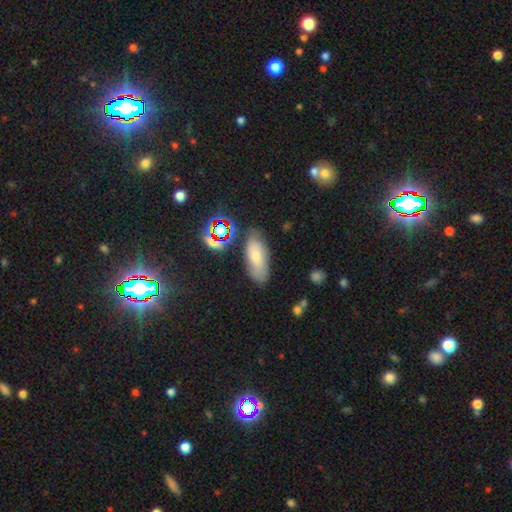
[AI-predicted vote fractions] Overall: smooth (63%; featured or disk 23%). How rounded: in between (85%). Merging: none (73%).